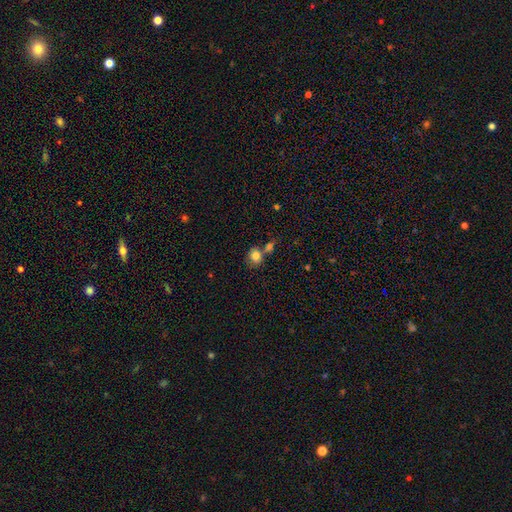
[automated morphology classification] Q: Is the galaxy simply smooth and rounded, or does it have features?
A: smooth — 82%.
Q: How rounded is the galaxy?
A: round — 67%.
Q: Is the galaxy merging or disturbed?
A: none — 48%.